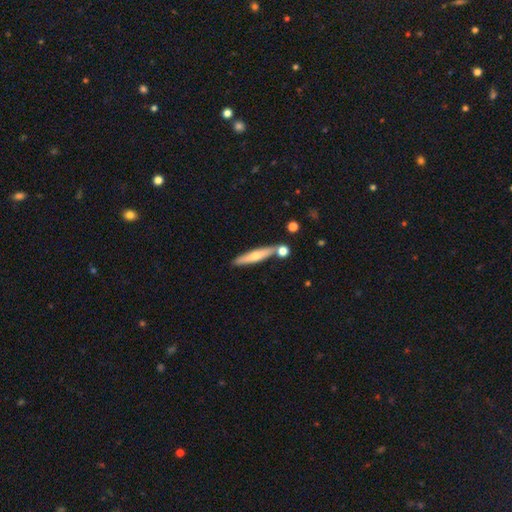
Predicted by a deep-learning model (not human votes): Smooth or featured? smooth (54%)
How rounded? cigar-shaped (89%)
Merging? none (74%)